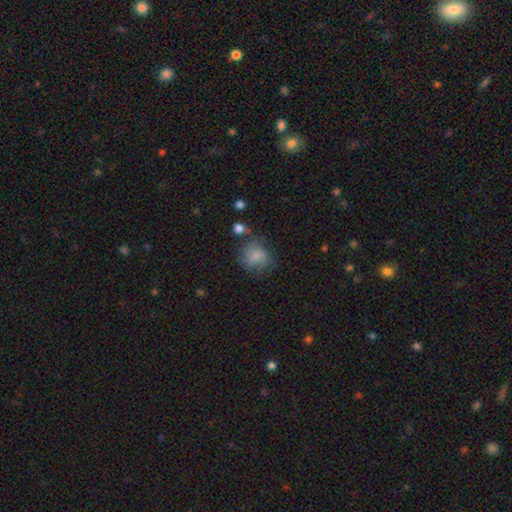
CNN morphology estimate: A smooth galaxy with no disk features (65%) that is round (73%). Merging: none (49%).